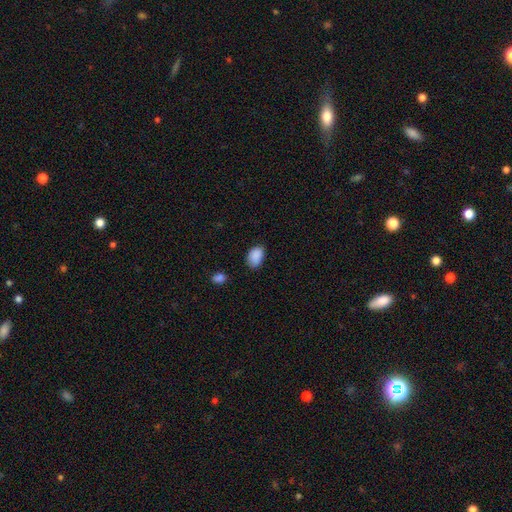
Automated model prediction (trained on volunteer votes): Smooth or featured: smooth — 89% (star or artifact — 8%)
How rounded: in between — 87% (round — 11%)
Merging: none — 71% (minor disturbance — 23%)